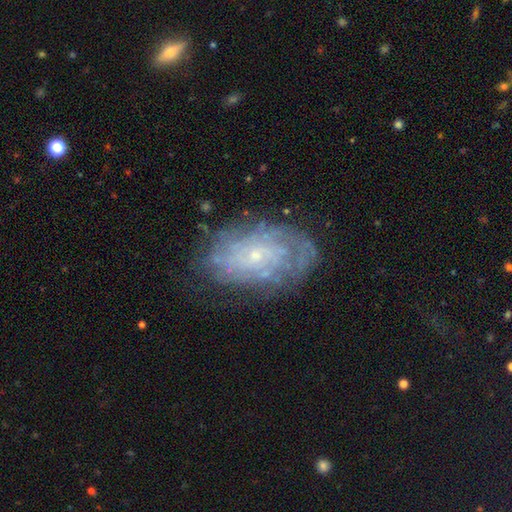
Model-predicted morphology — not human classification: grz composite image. It shows a featured or disk galaxy (72%) with no bar (82%), tight (70%) spiral arms (76%) and a small central bulge (82%). Merging: none (72%).